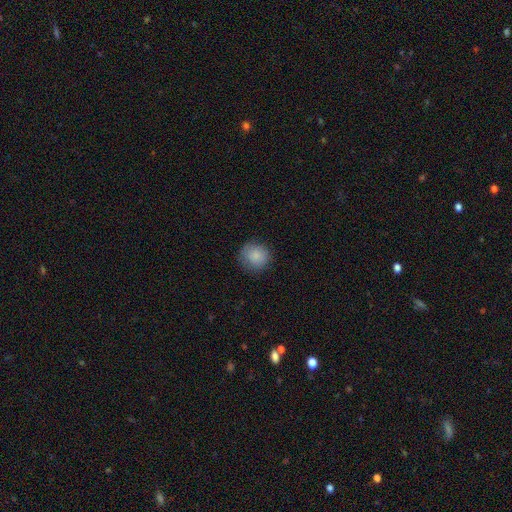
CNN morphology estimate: Overall: smooth (86%). How rounded: round (91%). Merging: none (83%).